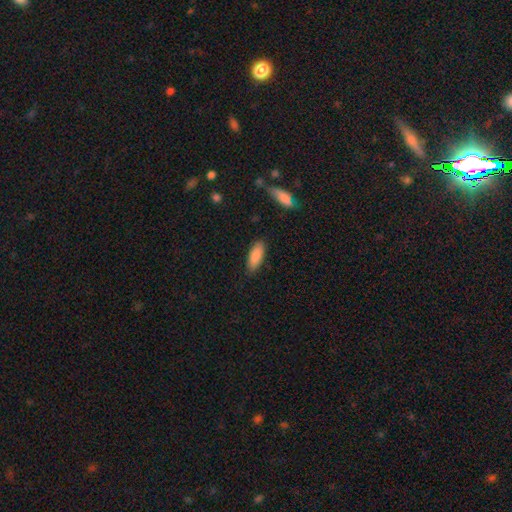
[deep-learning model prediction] smooth-or-featured: smooth: 87% | featured or disk: 7% | star or artifact: 6%
  how-rounded: in between: 70% | cigar-shaped: 28% | round: 2%
  merging: none: 85% | minor disturbance: 11% | major disturbance: 2% | merger: 2%